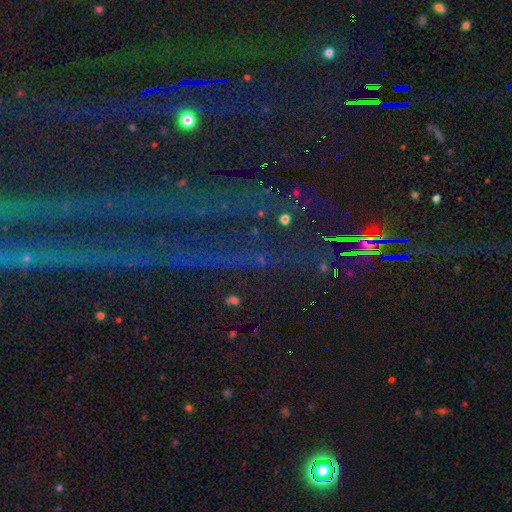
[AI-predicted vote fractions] This is clearly a star or artifact rather than a galaxy (85%).